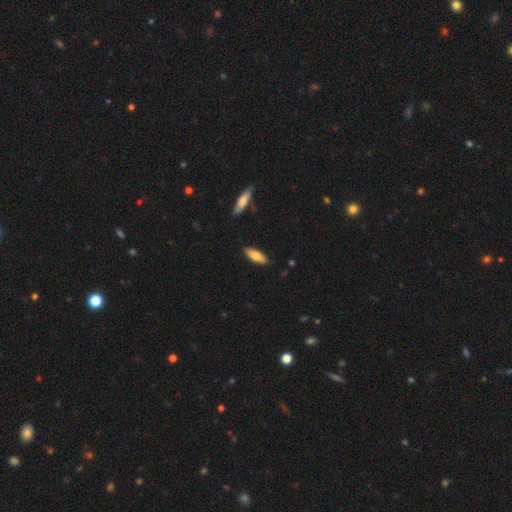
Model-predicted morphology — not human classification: type=smooth (73%); roundness=in between (59%); merging=none (87%).